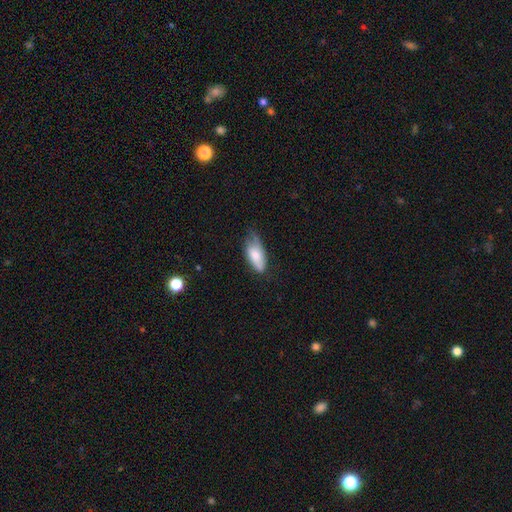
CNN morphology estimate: This appears to be a smooth galaxy with no disk features (75%) that is in between round and cigar-shaped (86%). Merging: minor disturbance (44%).